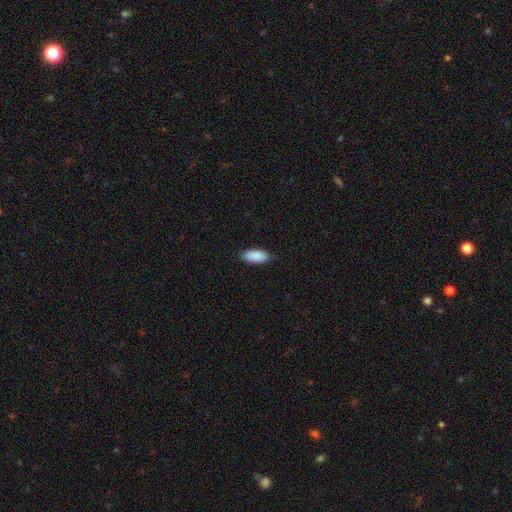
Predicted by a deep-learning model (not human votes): Smooth or featured? smooth (91%)
How rounded? in between (86%)
Merging? none (85%)